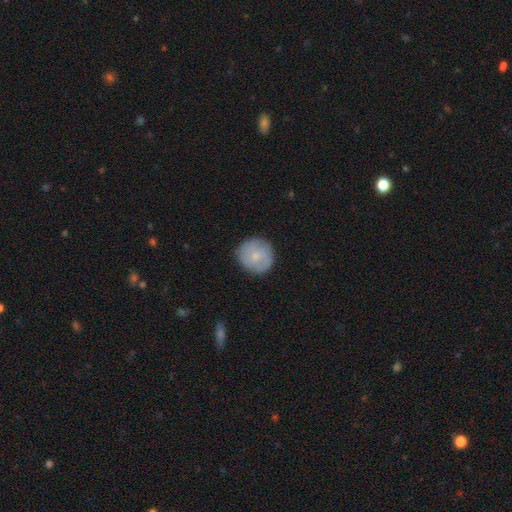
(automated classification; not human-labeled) The model was most divided on "smooth or featured": smooth: 65%, featured or disk: 28%, star or artifact: 6%. More confident: how rounded — round (93%); merging — none (84%).